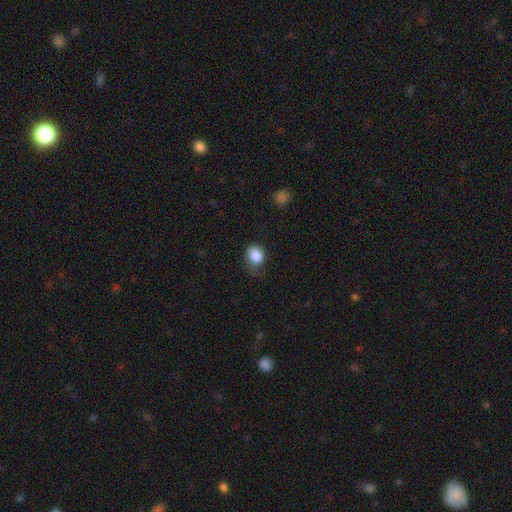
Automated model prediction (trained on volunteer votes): This appears to be a smooth galaxy with no disk features (86%) that is round (61%). Merging: none (53%).